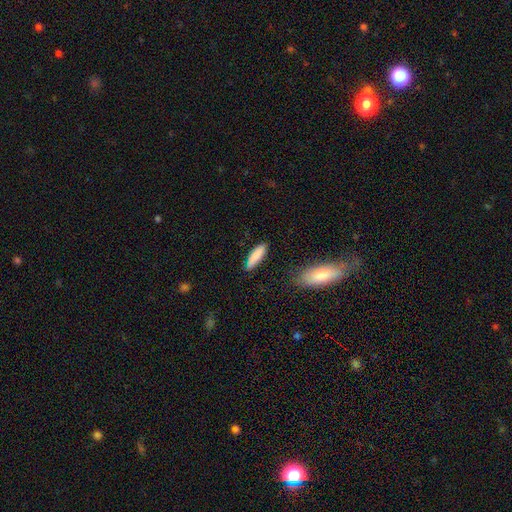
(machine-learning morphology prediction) Smooth or featured: smooth — 85% (featured or disk — 9%)
How rounded: cigar-shaped — 60% (in between — 39%)
Merging: none — 83% (minor disturbance — 12%)